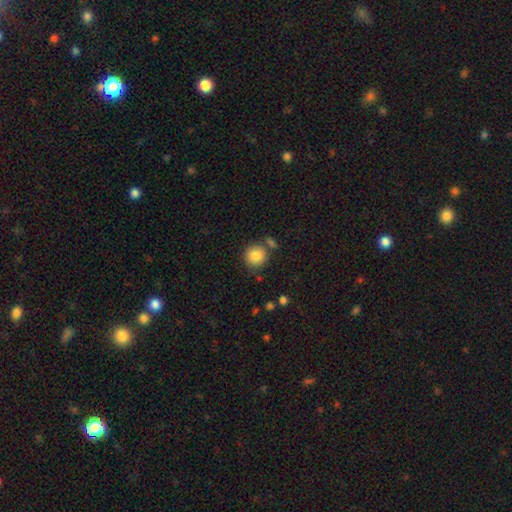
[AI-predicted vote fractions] A smooth galaxy with no disk features (86%) that is round (92%).

Vote fractions:
- Smooth or featured? smooth: 86% / star or artifact: 9% / featured or disk: 5%
- How rounded? round: 92% / in between: 7% / cigar-shaped: 1%
- Merging? none: 76% / merger: 11% / minor disturbance: 10% / major disturbance: 3%